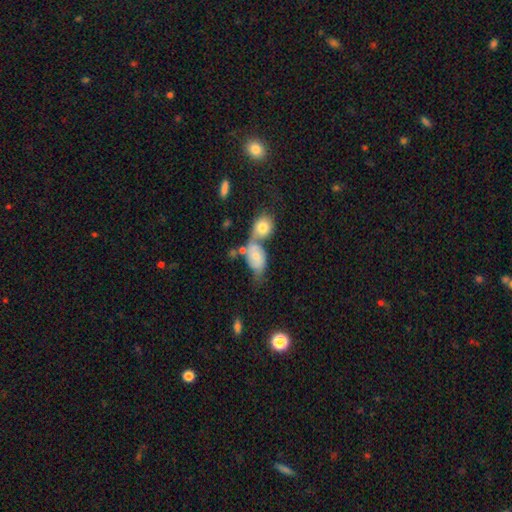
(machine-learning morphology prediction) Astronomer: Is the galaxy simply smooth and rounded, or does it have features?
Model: smooth — 54% (runner-up: featured or disk, 39%).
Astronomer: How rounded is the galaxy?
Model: in between — 80%.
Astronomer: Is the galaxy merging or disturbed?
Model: merger — 59%.